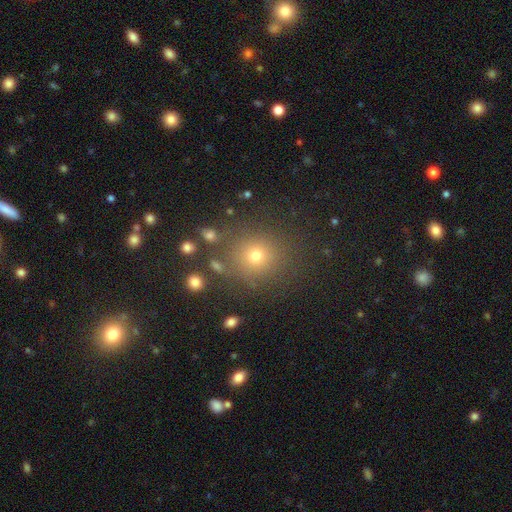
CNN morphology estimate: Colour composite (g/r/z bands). It shows a smooth galaxy with no disk features (71%) that is round (88%). Merging: none (81%).